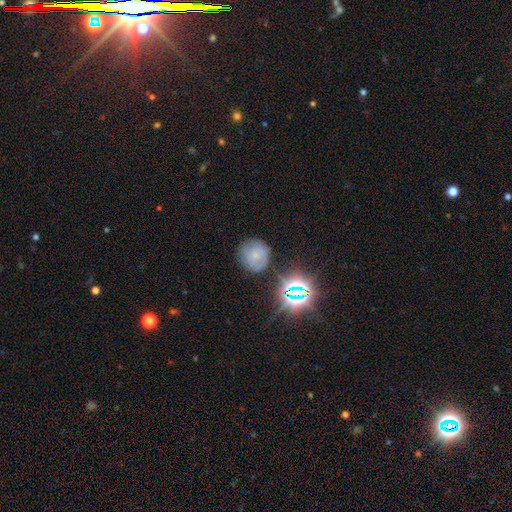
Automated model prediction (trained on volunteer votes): Q: Smooth or featured?
A: smooth (48%); runner-up: featured or disk (32%)
Q: Merging?
A: none (75%); runner-up: minor disturbance (16%)